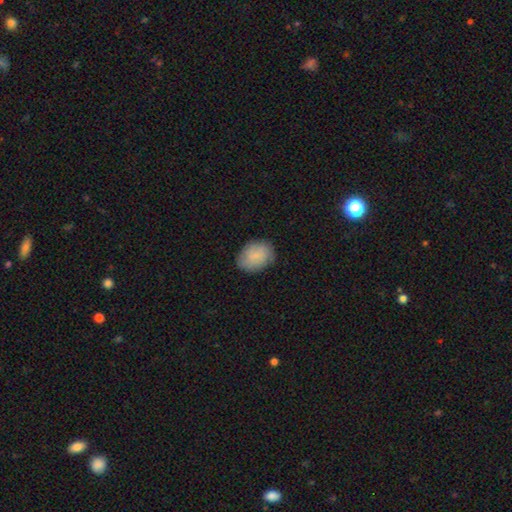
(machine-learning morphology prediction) Overall: smooth (81%). How rounded: in between (71%). Merging: none (80%).